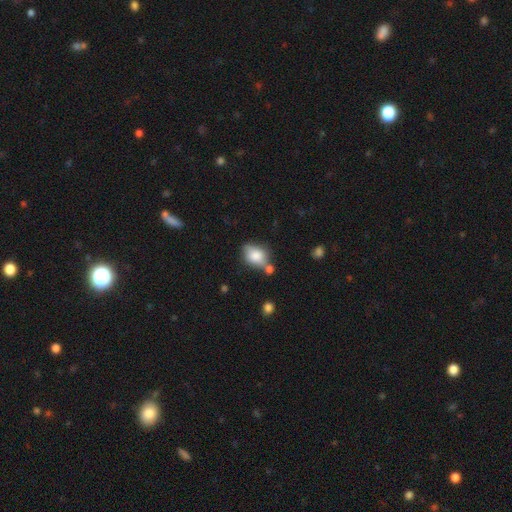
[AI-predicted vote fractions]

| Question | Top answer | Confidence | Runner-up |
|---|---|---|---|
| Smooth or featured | smooth | 80% | featured or disk (11%) |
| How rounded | in between | 66% | round (32%) |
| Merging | none | 52% | minor disturbance (22%) |